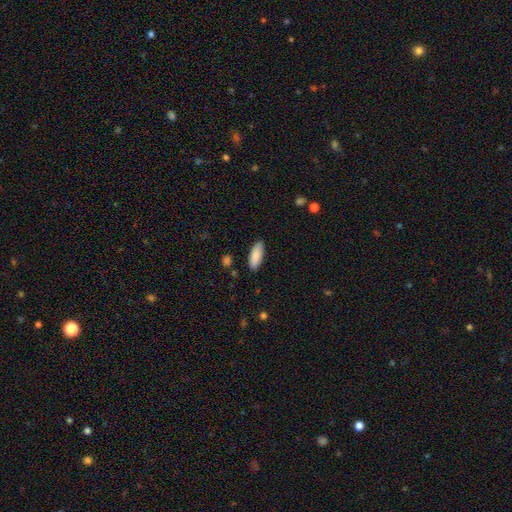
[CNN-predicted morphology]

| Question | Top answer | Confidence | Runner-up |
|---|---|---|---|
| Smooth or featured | smooth | 87% | featured or disk (7%) |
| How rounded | in between | 76% | cigar-shaped (23%) |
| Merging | none | 87% | minor disturbance (9%) |